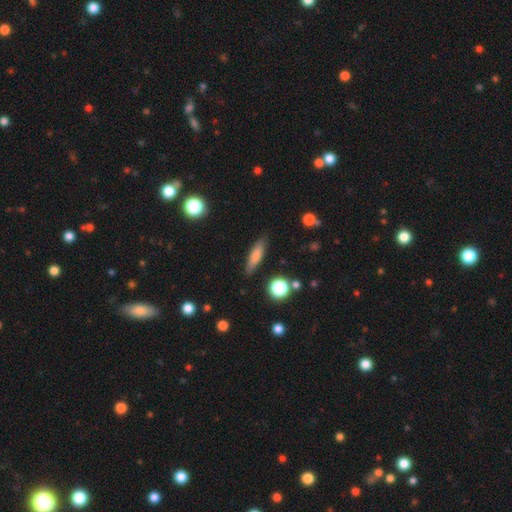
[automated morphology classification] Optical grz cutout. It shows a smooth galaxy with no disk features (72%) that is cigar-shaped (69%). Merging: none (85%).